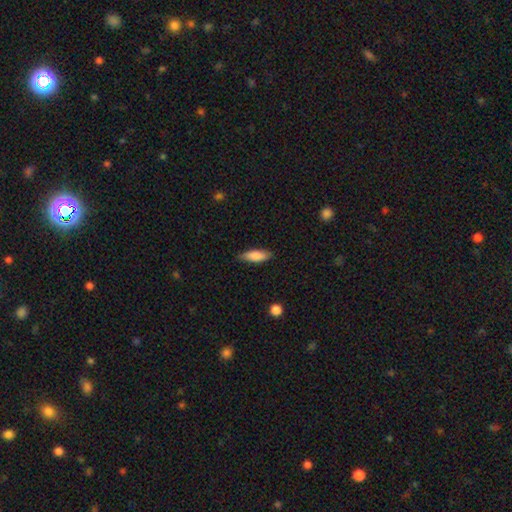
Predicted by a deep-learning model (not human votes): smooth-or-featured: smooth: 83% | featured or disk: 11% | star or artifact: 6%
  how-rounded: in between: 57% | cigar-shaped: 41% | round: 2%
  merging: none: 81% | minor disturbance: 15% | major disturbance: 3% | merger: 1%